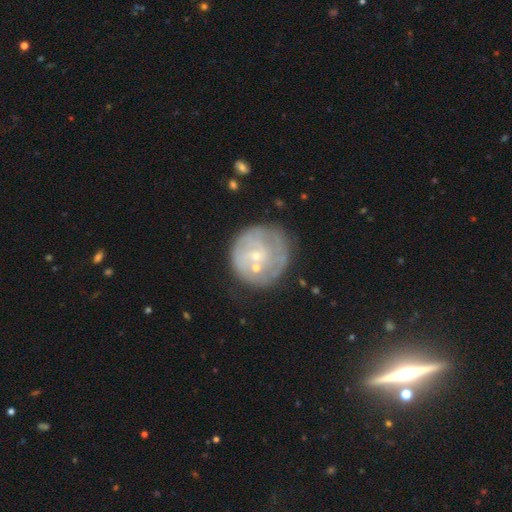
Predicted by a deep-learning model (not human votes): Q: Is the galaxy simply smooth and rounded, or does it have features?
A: featured or disk — 58%.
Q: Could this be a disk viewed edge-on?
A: no — 98%.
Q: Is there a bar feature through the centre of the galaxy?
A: no — 77%.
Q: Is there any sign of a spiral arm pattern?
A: no — 54%.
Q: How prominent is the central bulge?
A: small — 74%.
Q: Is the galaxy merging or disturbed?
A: none — 54%.